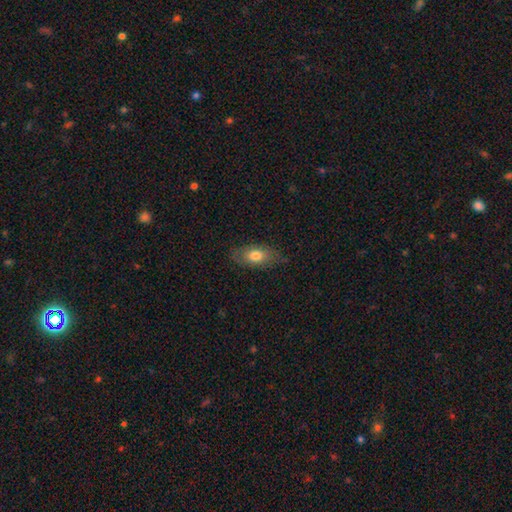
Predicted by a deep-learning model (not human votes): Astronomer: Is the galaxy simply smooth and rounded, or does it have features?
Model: smooth — 74%.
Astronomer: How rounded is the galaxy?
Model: in between — 86%.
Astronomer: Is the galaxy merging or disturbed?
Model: none — 76%.